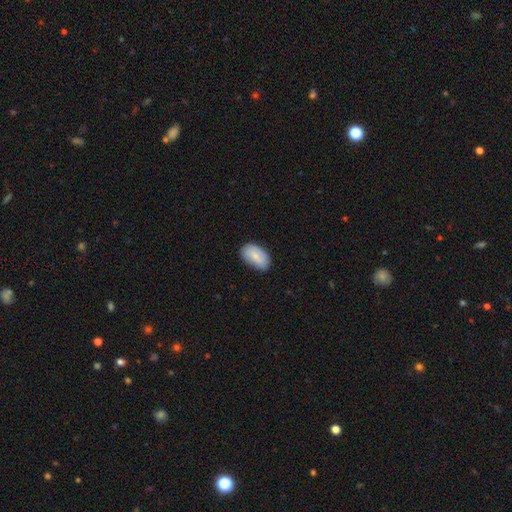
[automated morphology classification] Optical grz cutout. It shows a smooth galaxy with no disk features (75%) that is in between round and cigar-shaped (93%). Merging: none (78%).